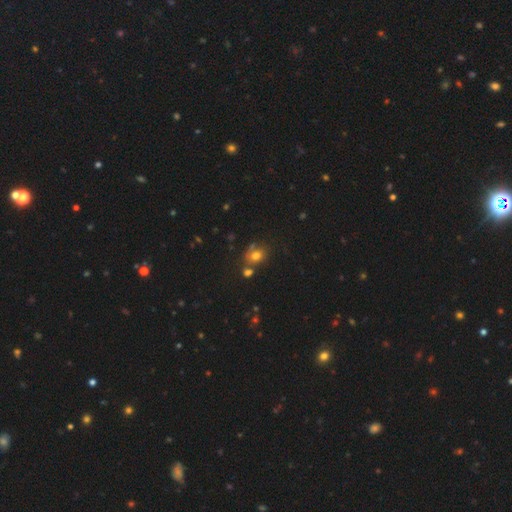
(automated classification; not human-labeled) Smooth or featured?
  - smooth: 70% *
  - featured or disk: 16%
  - star or artifact: 15%
How rounded?
  - round: 57% *
  - in between: 42%
  - cigar-shaped: 1%
Merging?
  - none: 55% *
  - minor disturbance: 19%
  - merger: 18%
  - major disturbance: 9%